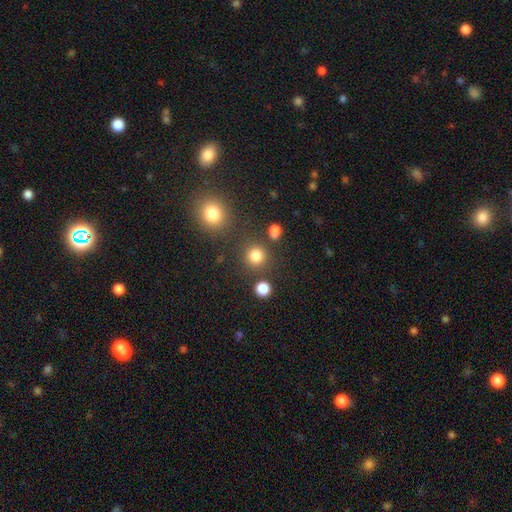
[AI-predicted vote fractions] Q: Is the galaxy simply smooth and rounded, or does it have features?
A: smooth — 81%.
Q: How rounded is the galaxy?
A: round — 91%.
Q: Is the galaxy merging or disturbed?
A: none — 81%.